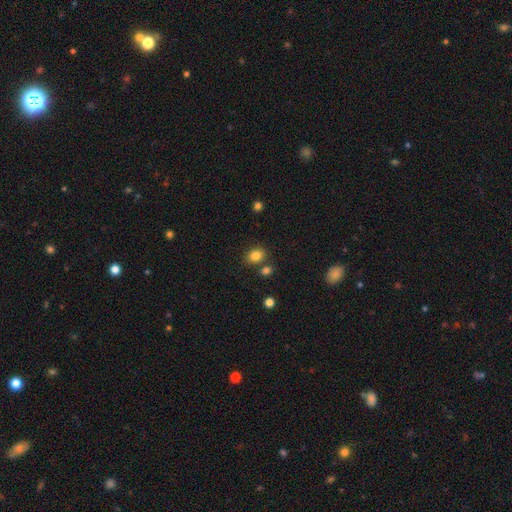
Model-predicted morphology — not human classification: Smooth or featured?
  - smooth: 83% *
  - star or artifact: 11%
  - featured or disk: 6%
How rounded?
  - in between: 56% *
  - round: 43%
  - cigar-shaped: 1%
Merging?
  - none: 73% *
  - merger: 12%
  - minor disturbance: 11%
  - major disturbance: 3%